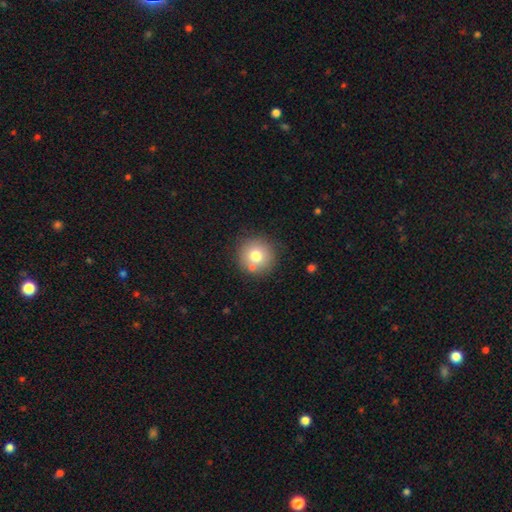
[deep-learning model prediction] Smooth or featured: smooth — 75% (featured or disk — 14%)
How rounded: round — 94% (in between — 5%)
Merging: none — 79% (minor disturbance — 9%)